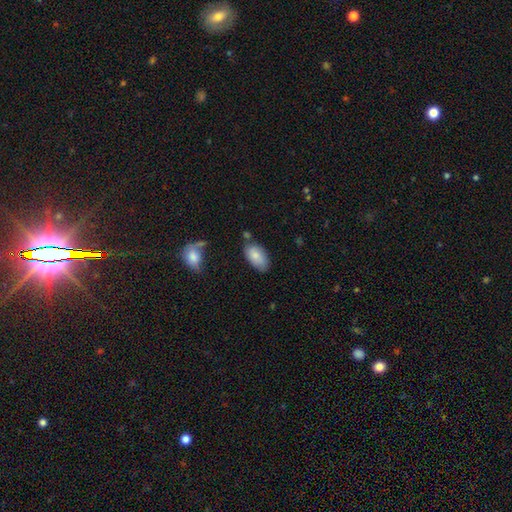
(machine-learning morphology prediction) This appears to be a smooth galaxy with no disk features (84%) that is in between round and cigar-shaped (94%). Merging: none (69%).